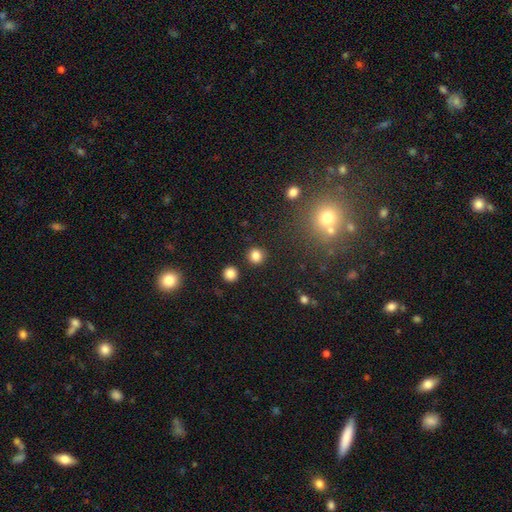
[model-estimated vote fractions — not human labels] Smooth or featured? Predicted: smooth (p=0.83). How rounded? Predicted: round (p=0.90). Merging? Predicted: none (p=0.88).